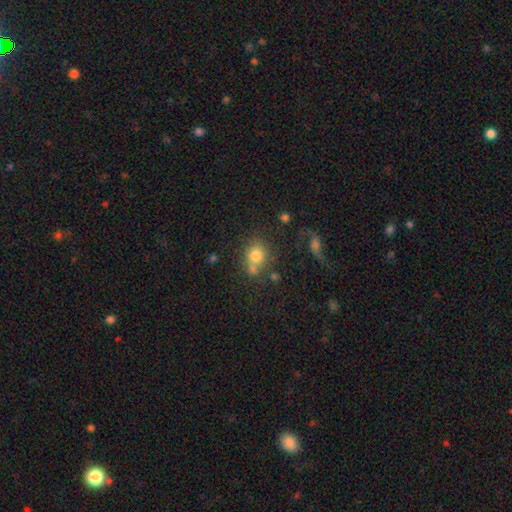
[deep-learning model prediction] A smooth galaxy with no disk features (75%) that is round (73%). Merging: none (53%).